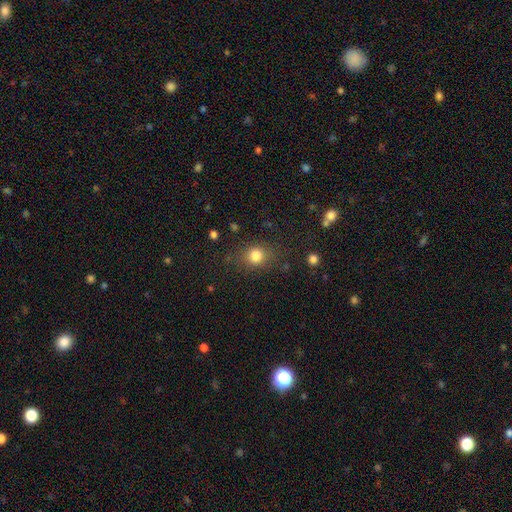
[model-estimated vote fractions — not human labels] Overall: smooth (81%). How rounded: round (71%). Merging: none (79%).